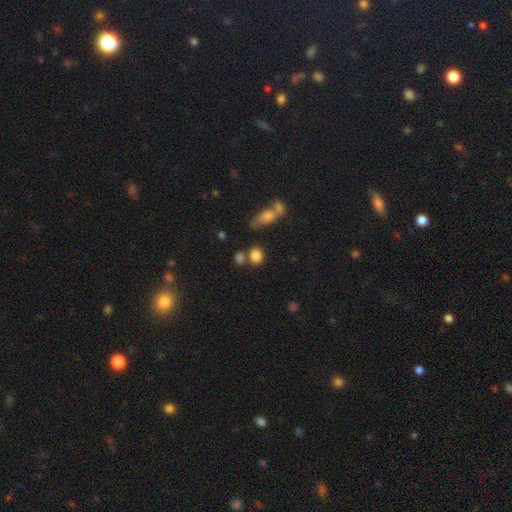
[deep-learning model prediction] A smooth galaxy with no disk features (83%) that is in between round and cigar-shaped (51%).

Vote fractions:
- Smooth or featured? smooth: 83% / star or artifact: 11% / featured or disk: 7%
- How rounded? in between: 51% / round: 47% / cigar-shaped: 2%
- Merging? none: 60% / merger: 22% / minor disturbance: 13% / major disturbance: 5%